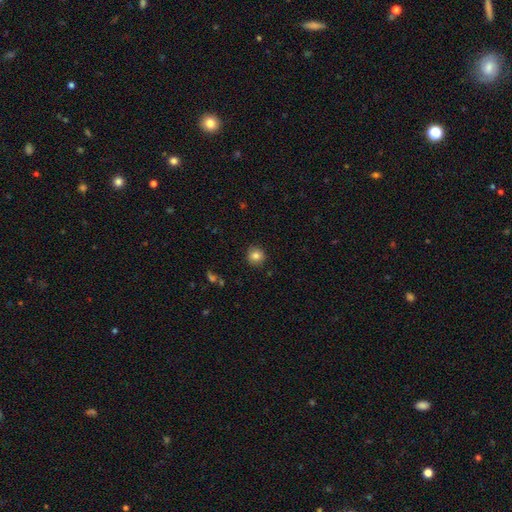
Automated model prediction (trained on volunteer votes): smooth-or-featured: smooth: 83% | star or artifact: 10% | featured or disk: 6%
  how-rounded: round: 91% | in between: 8% | cigar-shaped: 1%
  merging: none: 90% | minor disturbance: 7% | major disturbance: 2% | merger: 1%